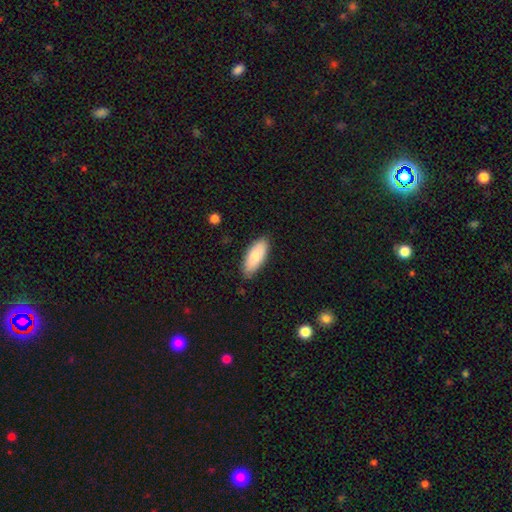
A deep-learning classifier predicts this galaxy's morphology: Overall: smooth (82%). How rounded: in between (82%). Merging: none (85%).